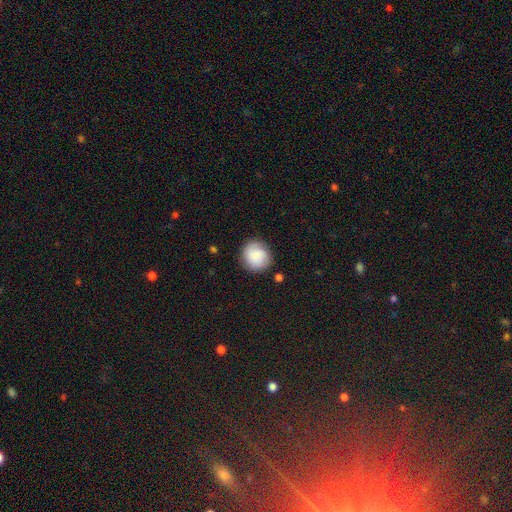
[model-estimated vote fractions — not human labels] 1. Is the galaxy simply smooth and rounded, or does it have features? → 75% smooth, 17% featured or disk, 8% star or artifact.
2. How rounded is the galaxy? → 90% round, 9% in between, 1% cigar-shaped.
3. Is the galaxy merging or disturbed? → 82% none, 12% minor disturbance, 4% major disturbance, 2% merger.